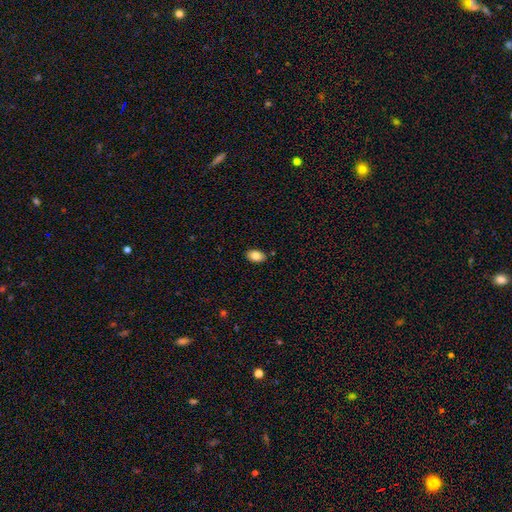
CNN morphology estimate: smooth_or_featured: smooth (p=0.84) [alt: star or artifact p=0.08]
how_rounded: in between (p=0.90) [alt: round p=0.09]
merging: none (p=0.86) [alt: minor disturbance p=0.10]